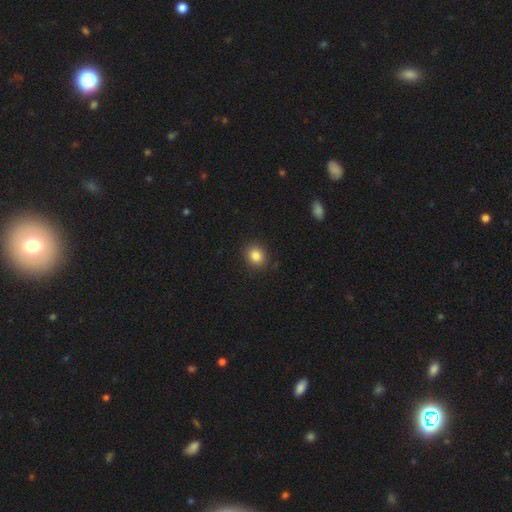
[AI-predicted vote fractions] smooth_or_featured: smooth (p=0.85) [alt: star or artifact p=0.10]
how_rounded: round (p=0.72) [alt: in between p=0.27]
merging: none (p=0.88) [alt: minor disturbance p=0.08]